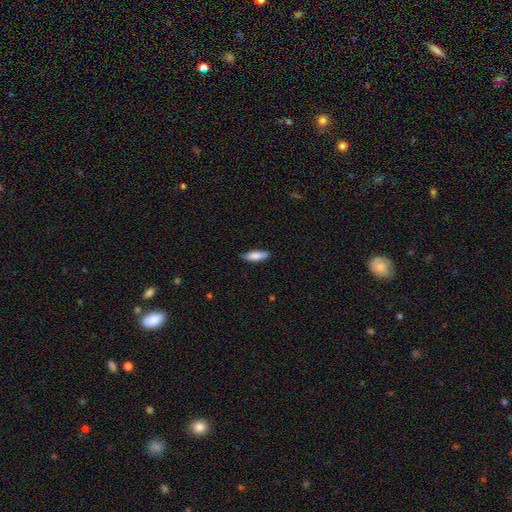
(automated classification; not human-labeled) Overall: smooth (81%). How rounded: cigar-shaped (55%; in between 43%). Merging: none (85%).